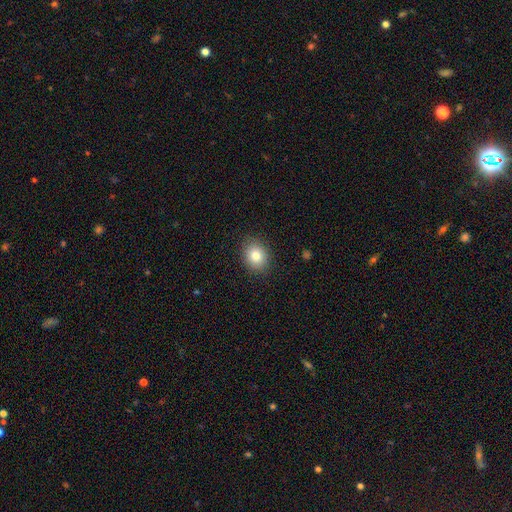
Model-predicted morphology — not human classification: The model was most divided on "how rounded": round: 60%, in between: 40%, cigar-shaped: 1%. More confident: merging — none (88%); smooth or featured — smooth (82%).